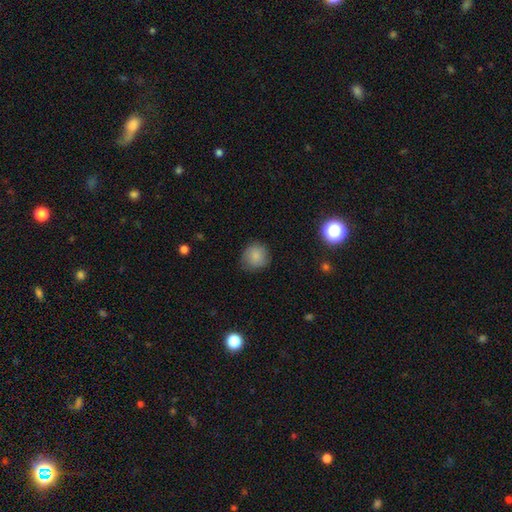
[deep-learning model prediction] A smooth galaxy with no disk features (85%) that is round (89%).

Vote fractions:
- Smooth or featured? smooth: 85% / star or artifact: 9% / featured or disk: 6%
- How rounded? round: 89% / in between: 10% / cigar-shaped: 1%
- Merging? none: 79% / minor disturbance: 16% / major disturbance: 3% / merger: 1%